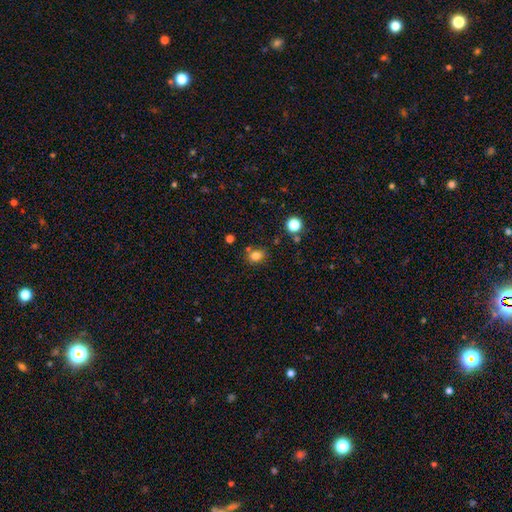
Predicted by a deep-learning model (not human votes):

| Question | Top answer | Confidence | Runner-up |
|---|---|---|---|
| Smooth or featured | smooth | 81% | star or artifact (13%) |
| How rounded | in between | 53% | round (46%) |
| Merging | none | 73% | minor disturbance (13%) |